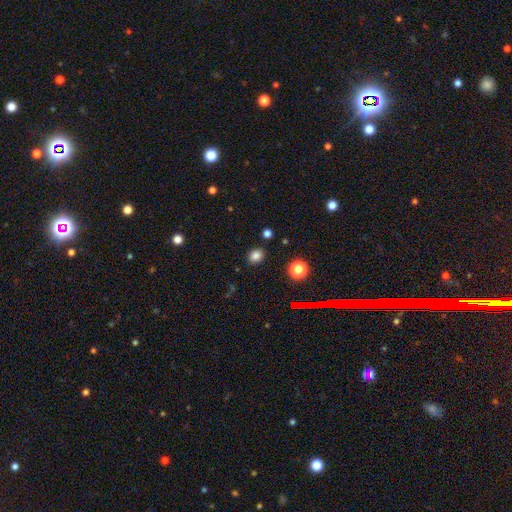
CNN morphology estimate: Overall: smooth (80%). How rounded: round (52%; in between 47%). Merging: none (87%).